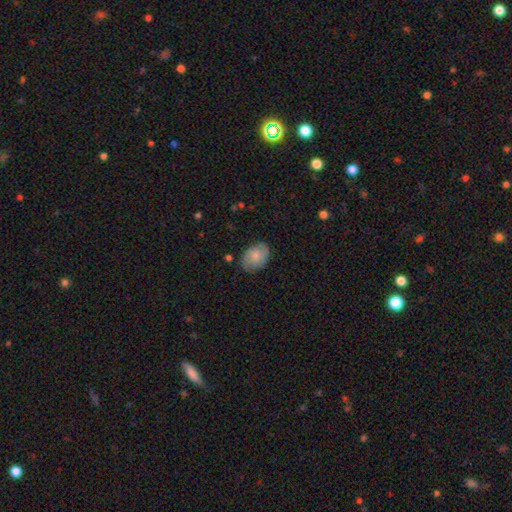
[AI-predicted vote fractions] Smooth or featured: smooth — 66% (featured or disk — 27%)
How rounded: in between — 79% (round — 20%)
Merging: none — 78% (minor disturbance — 17%)